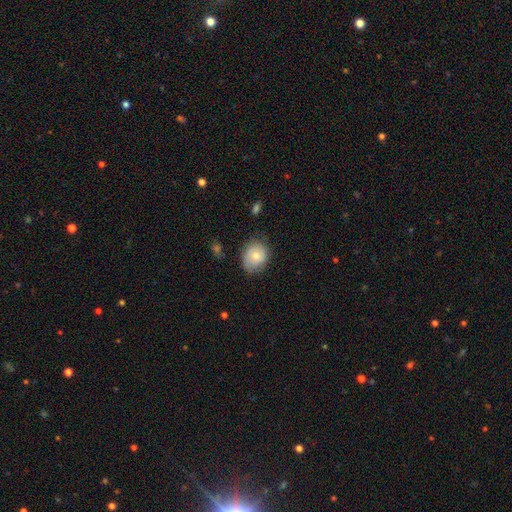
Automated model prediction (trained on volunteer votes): A smooth galaxy with no disk features (67%) that is round (61%).

Vote fractions:
- Smooth or featured? smooth: 67% / featured or disk: 25% / star or artifact: 8%
- How rounded? round: 61% / in between: 38% / cigar-shaped: 1%
- Merging? none: 65% / minor disturbance: 27% / major disturbance: 7% / merger: 1%